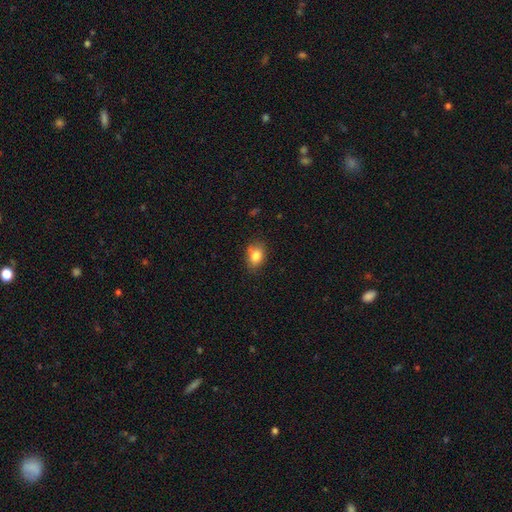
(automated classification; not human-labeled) A smooth galaxy with no disk features (82%) that is in between round and cigar-shaped (67%). Merging: none (71%).